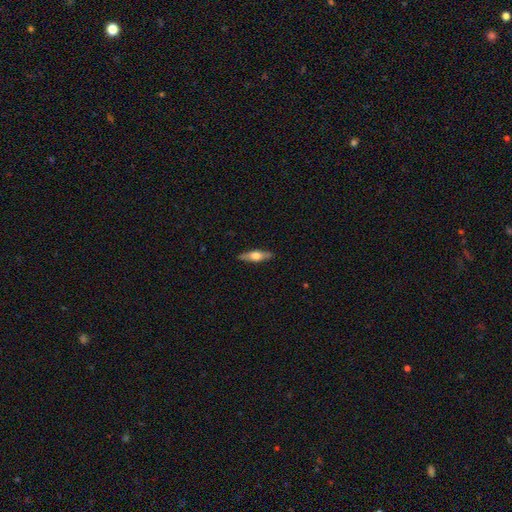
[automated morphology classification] This appears to be a featured or disk galaxy (52%) viewed edge-on (92%). Merging: none (89%).